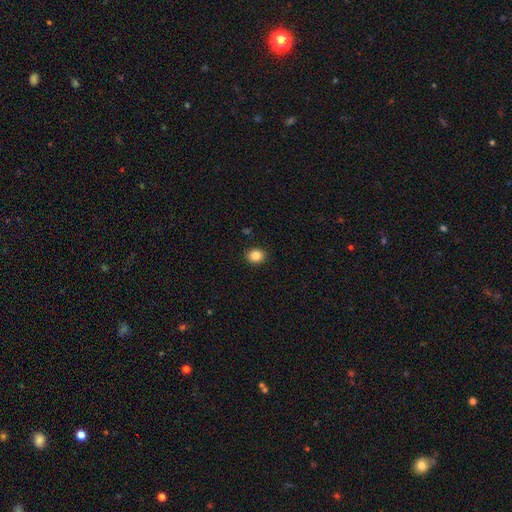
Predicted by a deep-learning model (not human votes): Q: Smooth or featured?
A: smooth (85%); runner-up: star or artifact (10%)
Q: How rounded?
A: round (63%); runner-up: in between (36%)
Q: Merging?
A: none (91%); runner-up: minor disturbance (6%)